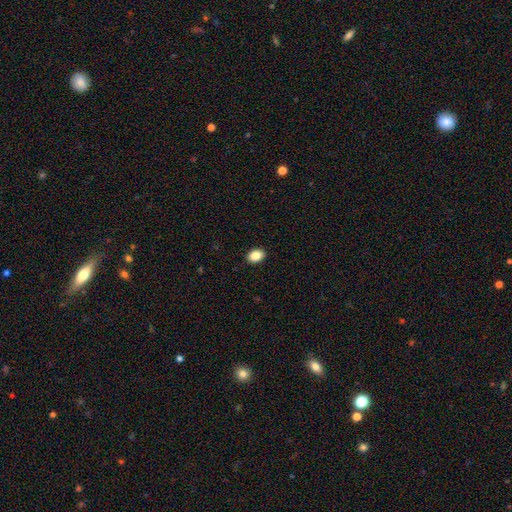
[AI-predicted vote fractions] This appears to be a smooth galaxy with no disk features (86%) that is in between round and cigar-shaped (76%). Merging: none (91%).